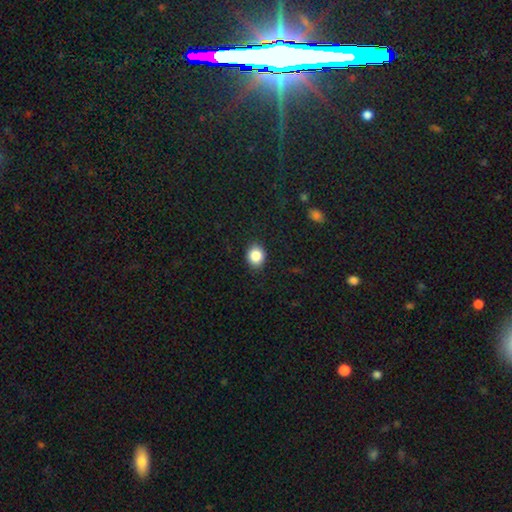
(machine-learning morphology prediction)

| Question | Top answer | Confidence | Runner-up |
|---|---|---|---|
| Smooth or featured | smooth | 86% | star or artifact (9%) |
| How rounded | round | 68% | in between (31%) |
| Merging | none | 89% | minor disturbance (8%) |